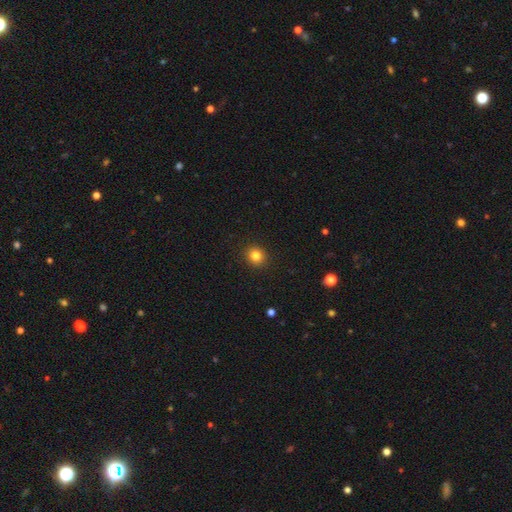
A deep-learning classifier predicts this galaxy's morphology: type=smooth (82%); roundness=round (84%); merging=none (92%).